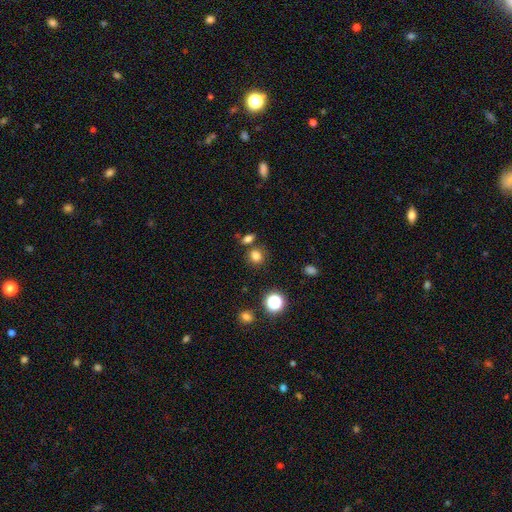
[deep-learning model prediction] Smooth or featured: smooth — 79% (star or artifact — 16%)
How rounded: round — 73% (in between — 25%)
Merging: none — 73% (merger — 13%)